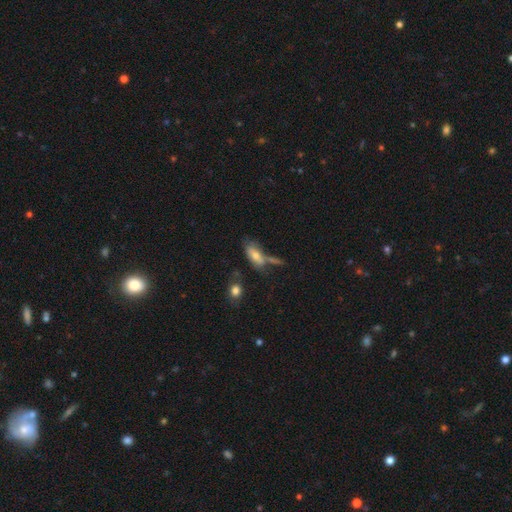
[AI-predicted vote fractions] This appears to be a smooth galaxy with no disk features (66%) that is in between round and cigar-shaped (78%). Merging: none (43%).